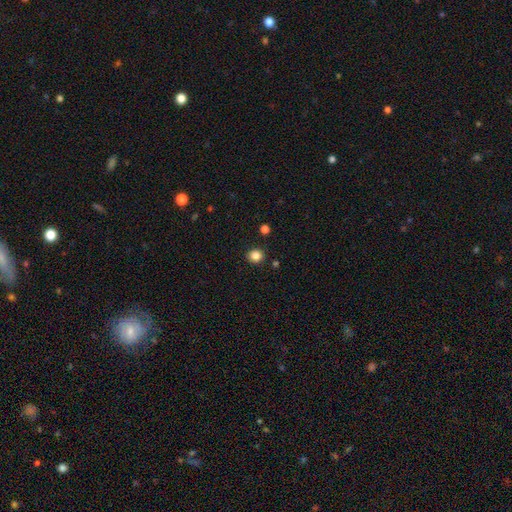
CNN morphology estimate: Smooth or featured? Predicted: smooth (p=0.85). How rounded? Predicted: round (p=0.84). Merging? Predicted: none (p=0.90).